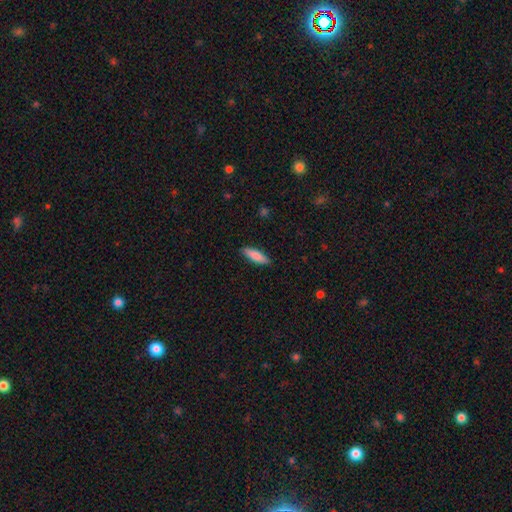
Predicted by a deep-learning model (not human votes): Smooth or featured? smooth (83%)
How rounded? cigar-shaped (59%)
Merging? none (89%)